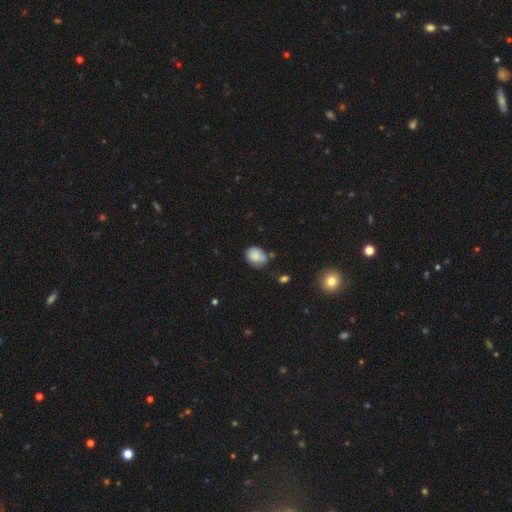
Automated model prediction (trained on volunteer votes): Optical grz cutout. It shows a smooth galaxy with no disk features (78%) that is in between round and cigar-shaped (53%). Merging: none (48%).